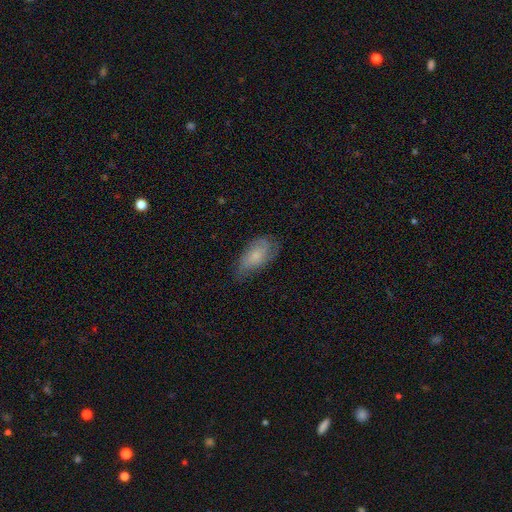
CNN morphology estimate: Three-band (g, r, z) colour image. It shows a smooth galaxy with no disk features (62%) that is in between round and cigar-shaped (90%). Merging: none (57%).